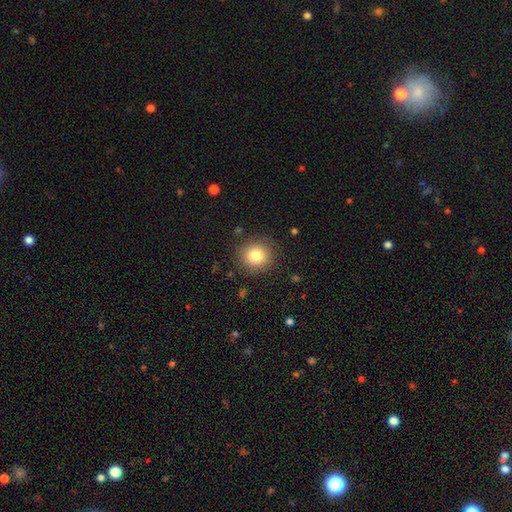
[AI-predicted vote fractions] smooth 82%, star or artifact 10%, featured or disk 7%. Down the decision tree: how rounded — round (89%); merging — none (87%).